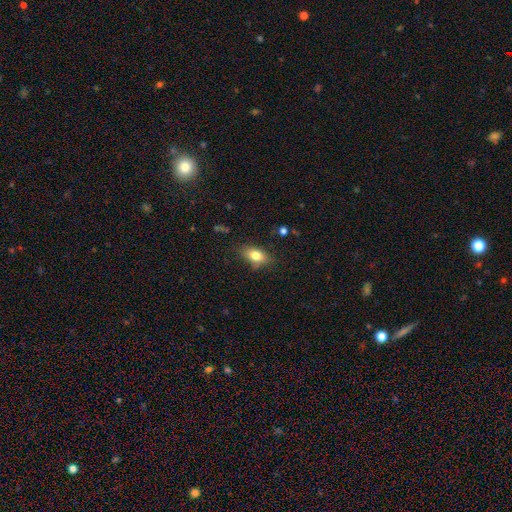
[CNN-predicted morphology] Smooth or featured: smooth — 79% (featured or disk — 12%)
How rounded: in between — 83% (round — 12%)
Merging: none — 74% (minor disturbance — 20%)